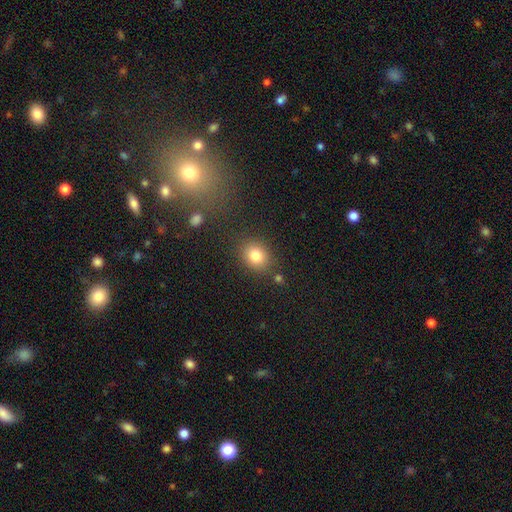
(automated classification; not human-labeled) This is clearly a smooth galaxy (81%). How rounded: possibly round (59%). Merging: likely none (79%).